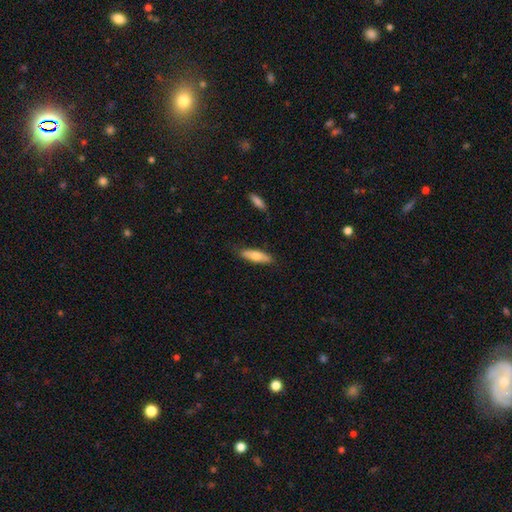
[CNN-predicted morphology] Smooth or featured?
  - smooth: 70% *
  - featured or disk: 25%
  - star or artifact: 6%
How rounded?
  - cigar-shaped: 54% *
  - in between: 44%
  - round: 2%
Merging?
  - none: 83% *
  - minor disturbance: 13%
  - major disturbance: 2%
  - merger: 2%